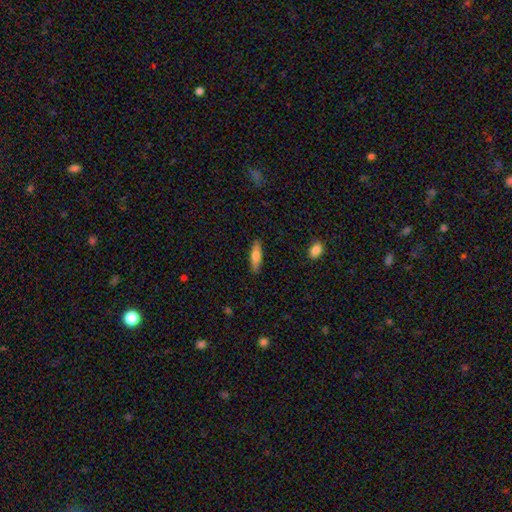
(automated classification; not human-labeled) Smooth or featured?
  - smooth: 69% *
  - featured or disk: 25%
  - star or artifact: 6%
How rounded?
  - cigar-shaped: 63% *
  - in between: 35%
  - round: 2%
Merging?
  - none: 88% *
  - minor disturbance: 9%
  - major disturbance: 2%
  - merger: 1%